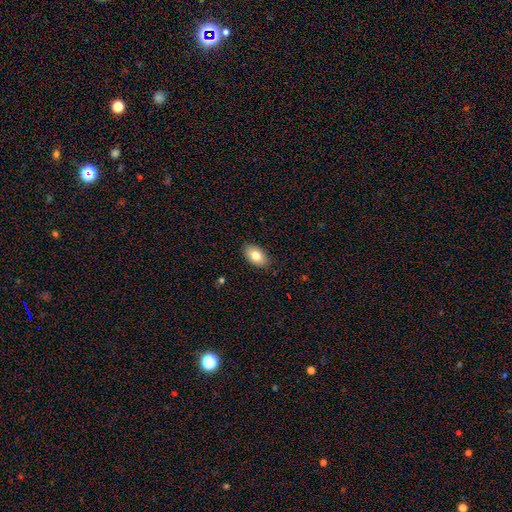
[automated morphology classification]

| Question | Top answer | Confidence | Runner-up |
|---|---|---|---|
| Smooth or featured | smooth | 80% | featured or disk (13%) |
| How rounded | in between | 93% | round (5%) |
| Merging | none | 87% | minor disturbance (10%) |